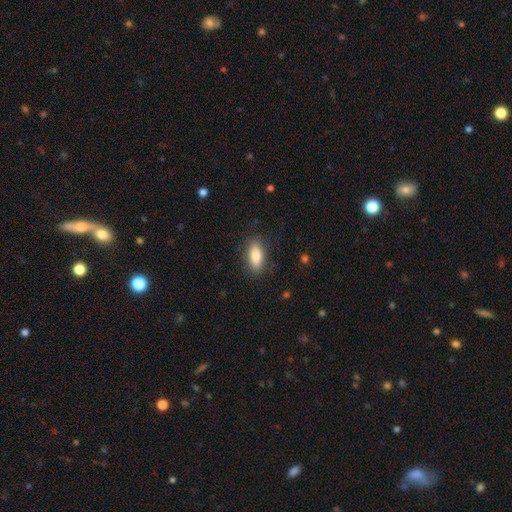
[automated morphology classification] smooth-or-featured: smooth: 82% | featured or disk: 11% | star or artifact: 7%
  how-rounded: in between: 77% | cigar-shaped: 20% | round: 3%
  merging: none: 85% | minor disturbance: 11% | major disturbance: 3% | merger: 1%